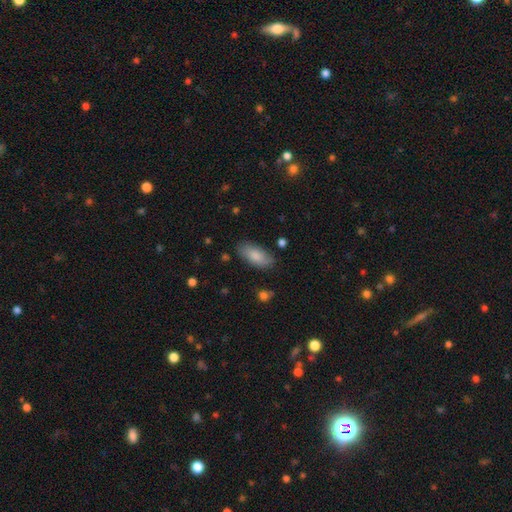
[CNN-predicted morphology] smooth-or-featured: smooth: 83% | featured or disk: 11% | star or artifact: 6%
  how-rounded: in between: 88% | cigar-shaped: 9% | round: 2%
  merging: none: 81% | minor disturbance: 13% | major disturbance: 3% | merger: 2%